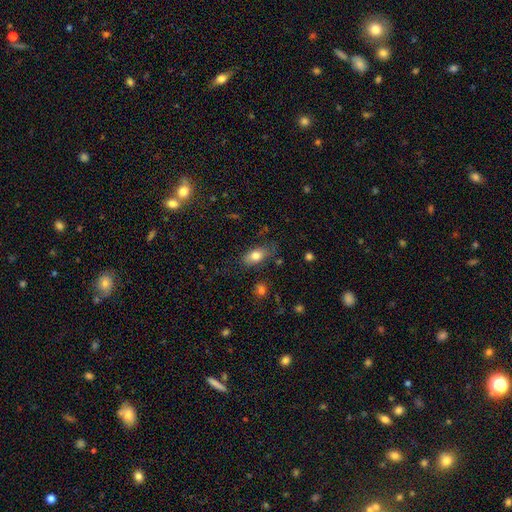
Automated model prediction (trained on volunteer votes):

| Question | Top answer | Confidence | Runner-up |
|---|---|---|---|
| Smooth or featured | smooth | 78% | featured or disk (14%) |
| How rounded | in between | 87% | round (7%) |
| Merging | none | 69% | minor disturbance (22%) |